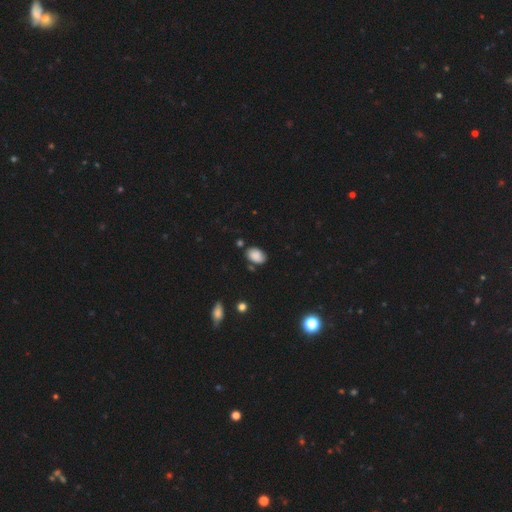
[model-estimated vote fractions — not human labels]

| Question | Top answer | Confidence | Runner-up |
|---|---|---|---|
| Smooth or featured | smooth | 85% | star or artifact (9%) |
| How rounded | in between | 88% | round (11%) |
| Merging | none | 71% | minor disturbance (20%) |